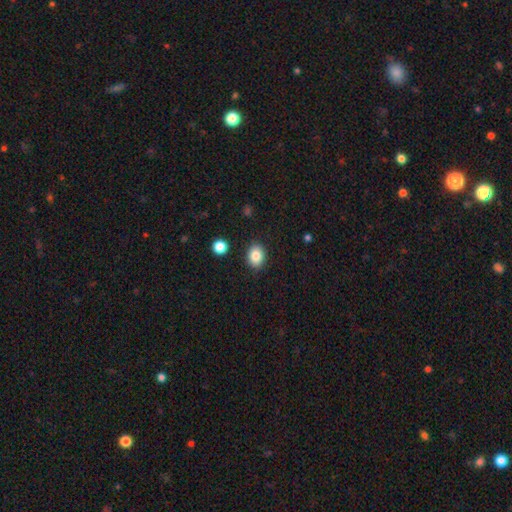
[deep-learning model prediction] This is clearly a smooth galaxy (85%). How rounded: likely in between (61%). Merging: clearly none (88%).